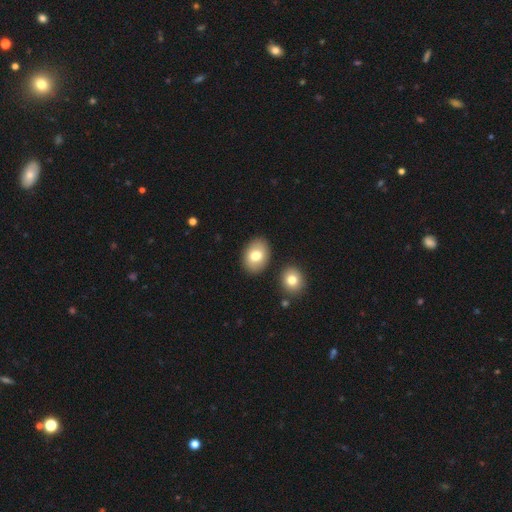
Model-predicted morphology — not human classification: Smooth or featured? smooth (77%)
How rounded? in between (78%)
Merging? none (84%)